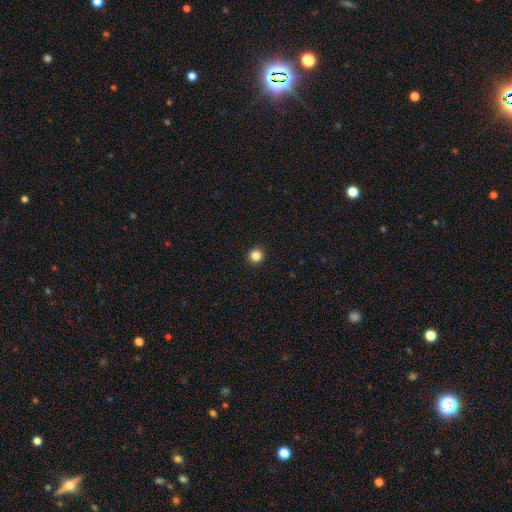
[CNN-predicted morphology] The model was most divided on "smooth or featured": smooth: 84%, star or artifact: 12%, featured or disk: 3%. More confident: how rounded — round (96%); merging — none (94%).